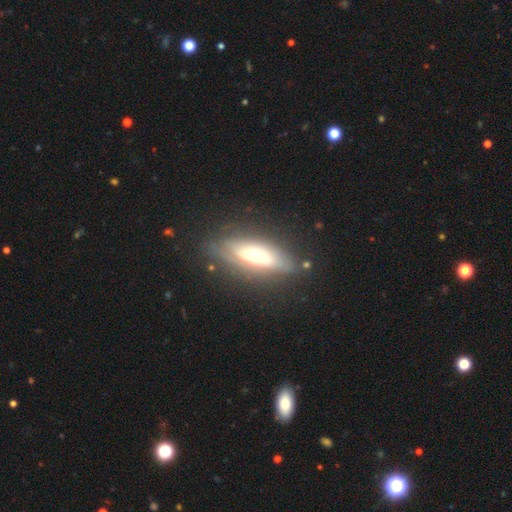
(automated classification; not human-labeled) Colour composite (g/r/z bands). It shows a featured or disk galaxy (58%). Merging: none (73%).